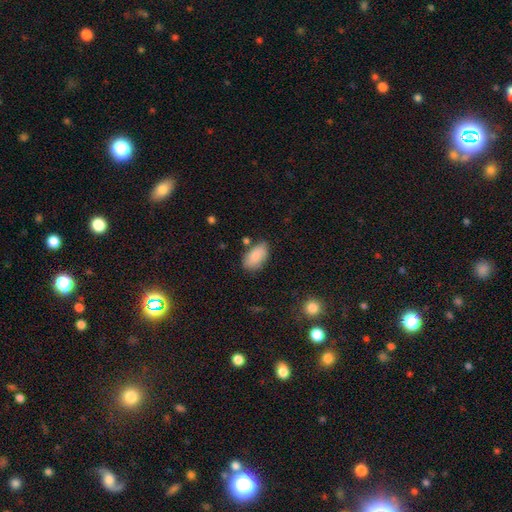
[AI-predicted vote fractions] Q: Smooth or featured?
A: smooth (85%); runner-up: featured or disk (9%)
Q: How rounded?
A: in between (94%); runner-up: round (4%)
Q: Merging?
A: none (71%); runner-up: minor disturbance (20%)